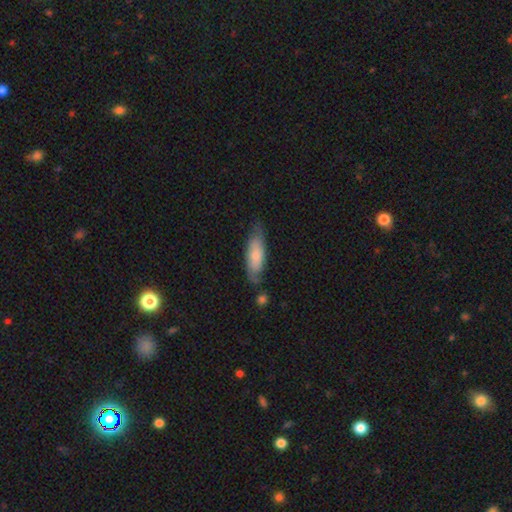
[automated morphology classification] smooth_or_featured: smooth (p=0.64) [alt: featured or disk p=0.30]
how_rounded: in between (p=0.62) [alt: cigar-shaped p=0.36]
merging: none (p=0.63) [alt: minor disturbance p=0.26]